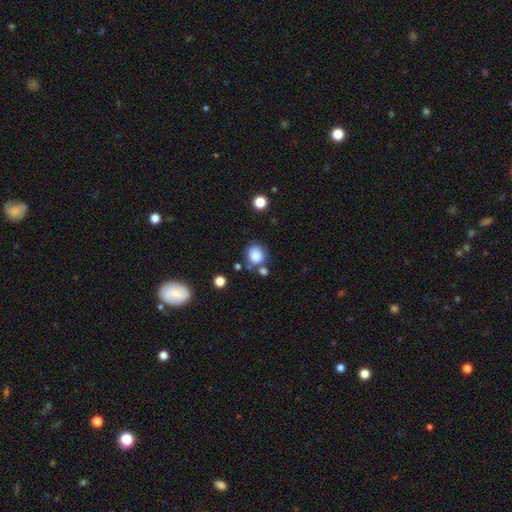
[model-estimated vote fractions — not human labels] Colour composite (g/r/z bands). It shows a smooth galaxy with no disk features (84%) that is round (78%). Merging: none (64%).